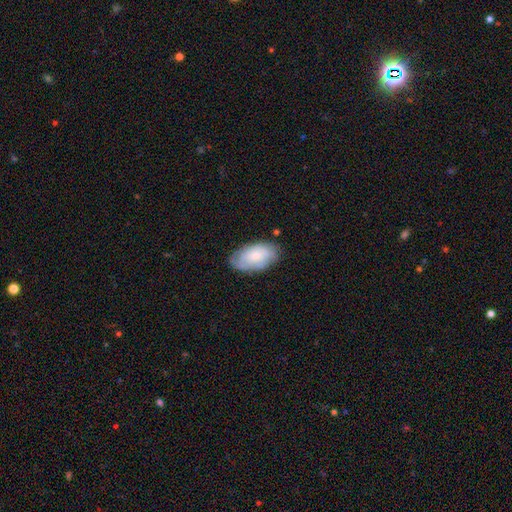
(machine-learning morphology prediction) This appears to be a smooth galaxy with no disk features (59%) that is in between round and cigar-shaped (94%). Merging: none (73%).